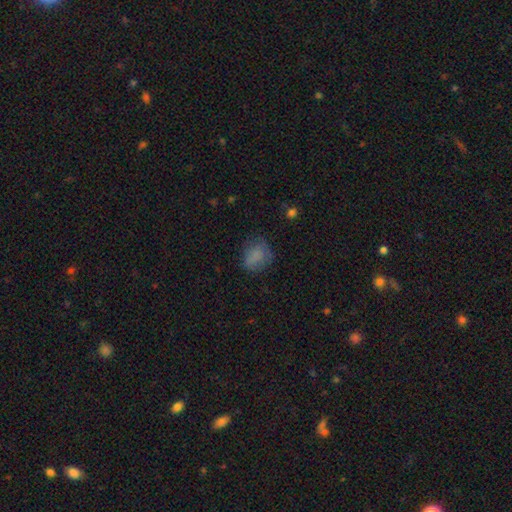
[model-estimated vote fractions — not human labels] A smooth galaxy with no disk features (75%) that is in between round and cigar-shaped (54%). Merging: none (57%).